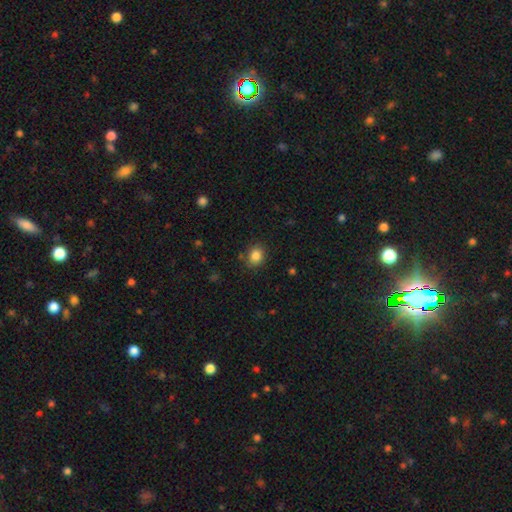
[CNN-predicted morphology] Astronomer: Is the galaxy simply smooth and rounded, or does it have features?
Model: smooth — 84%.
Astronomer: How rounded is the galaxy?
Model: round — 65%.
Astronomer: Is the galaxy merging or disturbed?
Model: none — 82%.